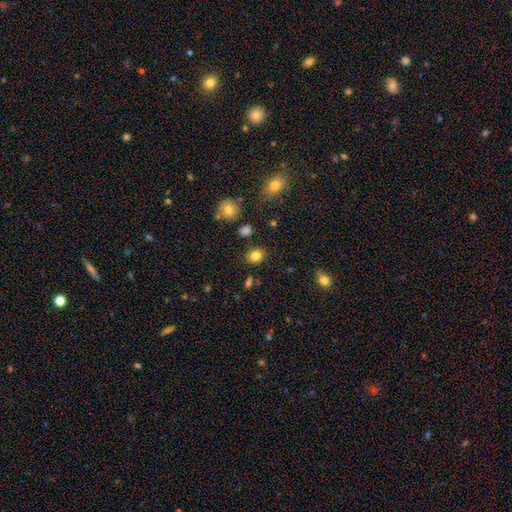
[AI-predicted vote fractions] A smooth galaxy with no disk features (82%) that is round (54%). Merging: none (83%).